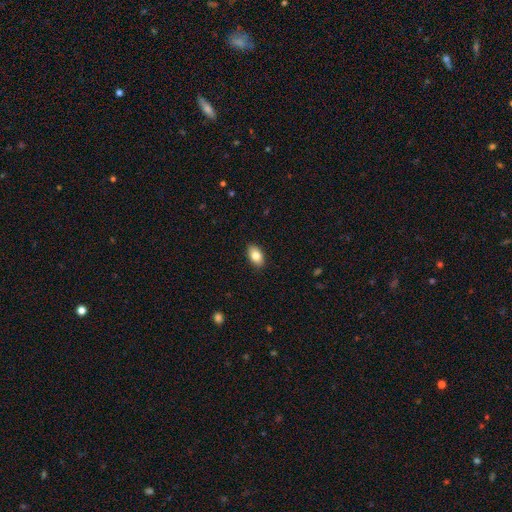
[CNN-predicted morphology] This is clearly a smooth galaxy (82%). How rounded: clearly in between (91%). Merging: clearly none (89%).